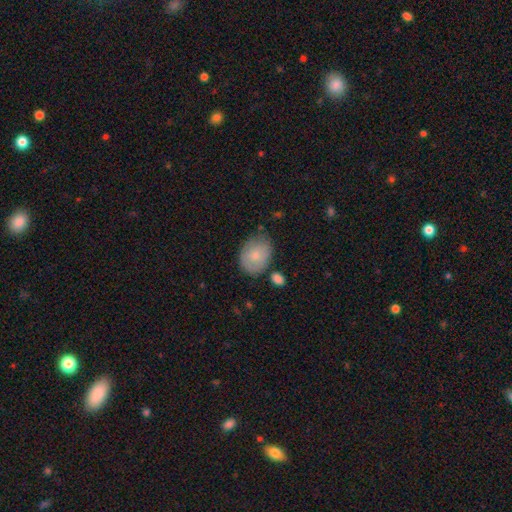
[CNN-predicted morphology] The model was most divided on "how rounded": in between: 65%, round: 34%, cigar-shaped: 1%. More confident: smooth or featured — smooth (78%); merging — none (65%).